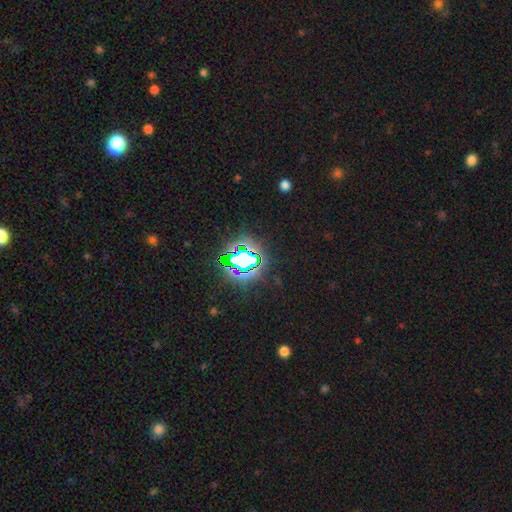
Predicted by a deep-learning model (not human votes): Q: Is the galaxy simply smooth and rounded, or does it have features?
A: star or artifact — 80%.